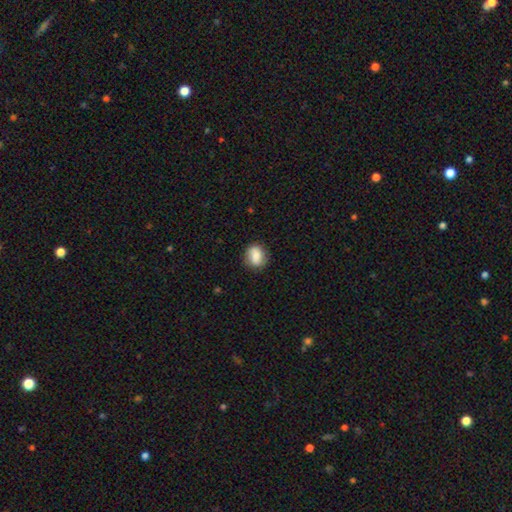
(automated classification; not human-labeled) smooth_or_featured: smooth (p=0.78) [alt: featured or disk p=0.14]
how_rounded: in between (p=0.49) [tied with: round p=0.49]
merging: none (p=0.80) [alt: minor disturbance p=0.15]